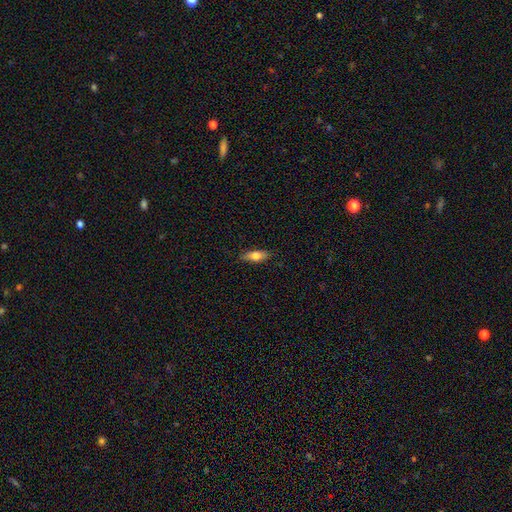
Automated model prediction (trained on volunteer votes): A smooth galaxy with no disk features (71%) that is in between round and cigar-shaped (66%). Merging: none (86%).